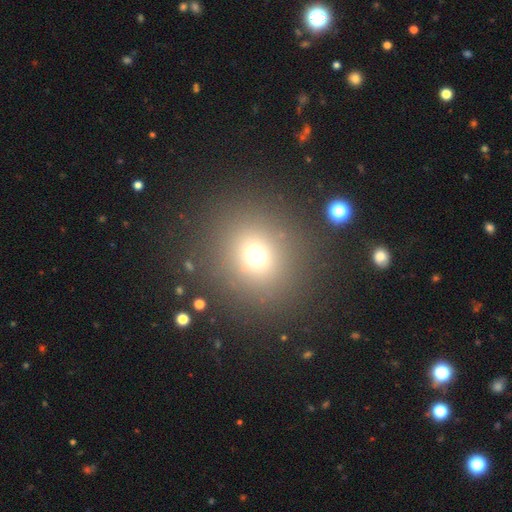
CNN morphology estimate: type=smooth (68%); roundness=round (89%); merging=none (86%).